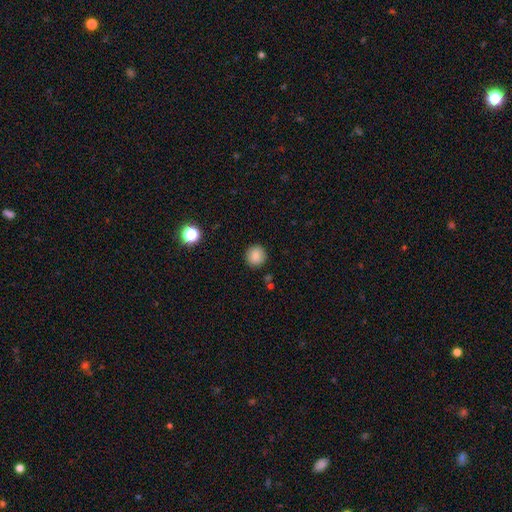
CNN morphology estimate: smooth 84%, star or artifact 10%, featured or disk 6%. Down the decision tree: how rounded — round (92%); merging — none (90%).